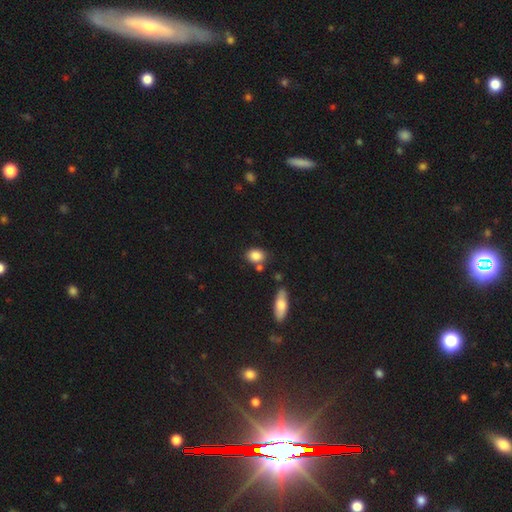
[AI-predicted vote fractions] This appears to be a smooth galaxy with no disk features (85%) that is in between round and cigar-shaped (62%). Merging: none (72%).